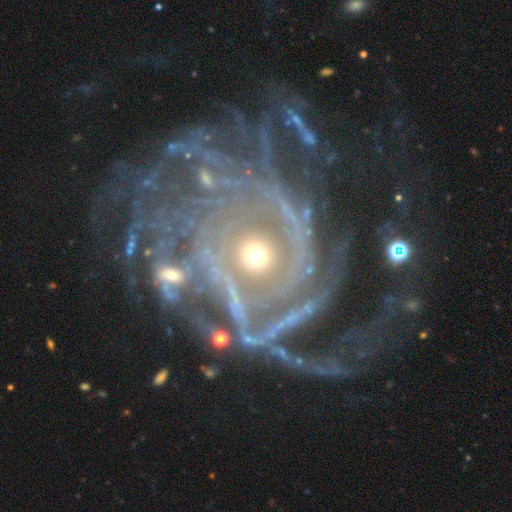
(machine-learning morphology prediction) smooth-or-featured: featured or disk: 87% | star or artifact: 8% | smooth: 5%
  disk-edge-on: no: 97% | yes: 3%
    bar: no: 81% | weak: 12% | strong: 7%
    has-spiral-arms: yes: 93% | no: 7%
      spiral-winding: tight: 63% | medium: 26% | loose: 11%
      spiral-arm-count: can't tell: 26% | more than 4: 19% | 3: 16% | 2: 15% | 4: 15% | 1: 10%
    bulge-size: small: 54% | moderate: 40% | large: 3% | none: 2% | dominant: 1%
  merging: none: 45% | major disturbance: 31% | minor disturbance: 18% | merger: 6%